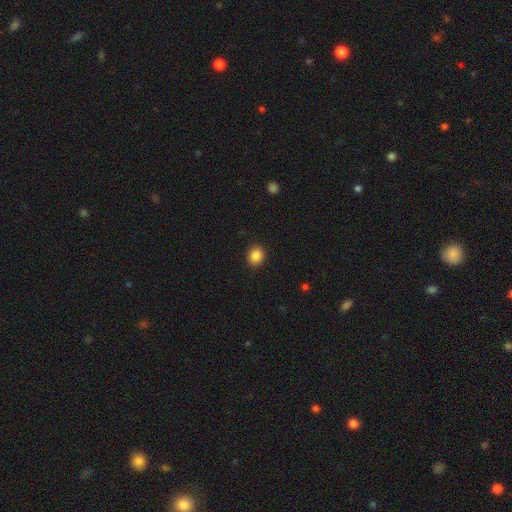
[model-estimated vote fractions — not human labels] Smooth or featured? smooth (87%)
How rounded? round (72%)
Merging? none (91%)